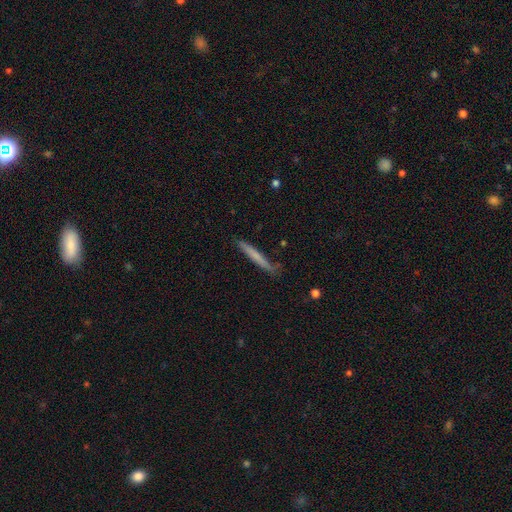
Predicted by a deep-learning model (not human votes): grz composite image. It shows a smooth galaxy with no disk features (64%) that is cigar-shaped (97%). Merging: none (82%).